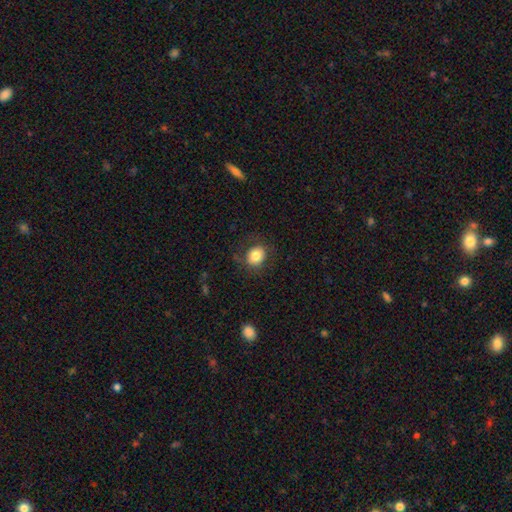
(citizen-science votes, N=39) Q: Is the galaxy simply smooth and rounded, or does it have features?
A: smooth — 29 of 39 (74%).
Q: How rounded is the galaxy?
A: round — 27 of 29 (93%).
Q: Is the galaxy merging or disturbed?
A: none — 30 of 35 (86%).